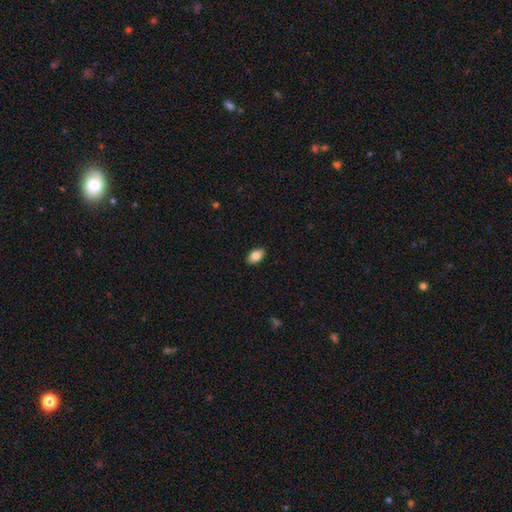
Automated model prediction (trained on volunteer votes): A smooth galaxy with no disk features (82%) that is in between round and cigar-shaped (91%).

Vote fractions:
- Smooth or featured? smooth: 82% / featured or disk: 10% / star or artifact: 8%
- How rounded? in between: 91% / round: 6% / cigar-shaped: 3%
- Merging? none: 89% / minor disturbance: 8% / major disturbance: 2% / merger: 1%